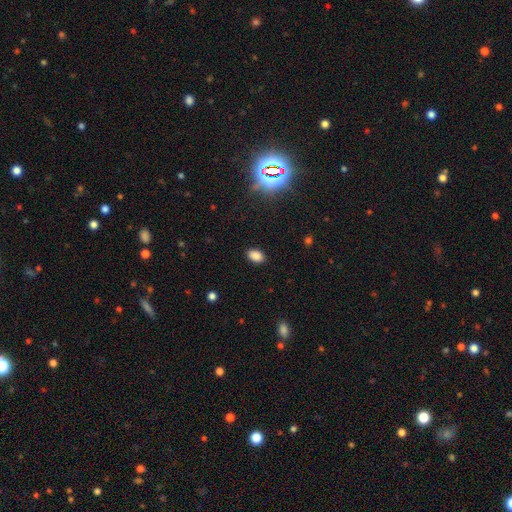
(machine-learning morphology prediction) Smooth or featured: smooth — 84% (star or artifact — 12%)
How rounded: in between — 88% (round — 11%)
Merging: none — 87% (minor disturbance — 9%)